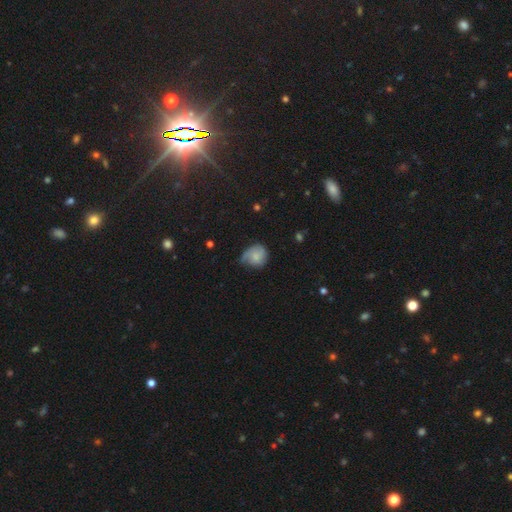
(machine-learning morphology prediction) The model was most divided on "merging": none: 42%, minor disturbance: 39%, major disturbance: 17%, merger: 2%. More confident: how rounded — round (69%); smooth or featured — smooth (61%).